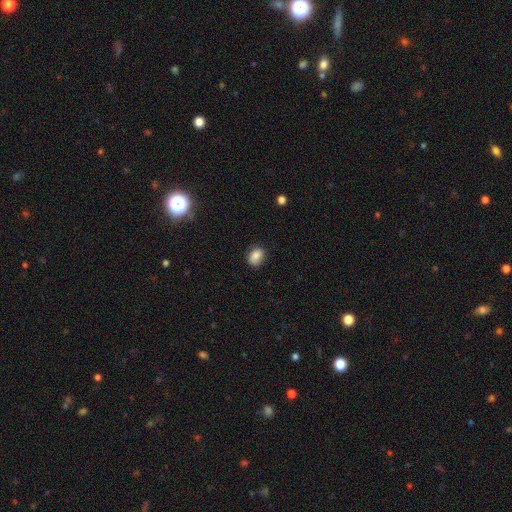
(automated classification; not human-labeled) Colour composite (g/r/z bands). It shows a smooth galaxy with no disk features (82%) that is in between round and cigar-shaped (55%). Merging: none (79%).